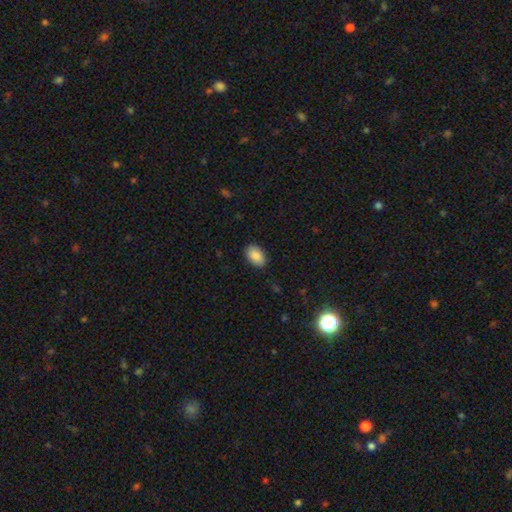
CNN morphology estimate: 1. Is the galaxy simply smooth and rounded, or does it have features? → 88% smooth, 7% star or artifact, 5% featured or disk.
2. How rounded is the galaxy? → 90% in between, 9% round, 1% cigar-shaped.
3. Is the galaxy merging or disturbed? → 88% none, 9% minor disturbance, 2% major disturbance, 1% merger.